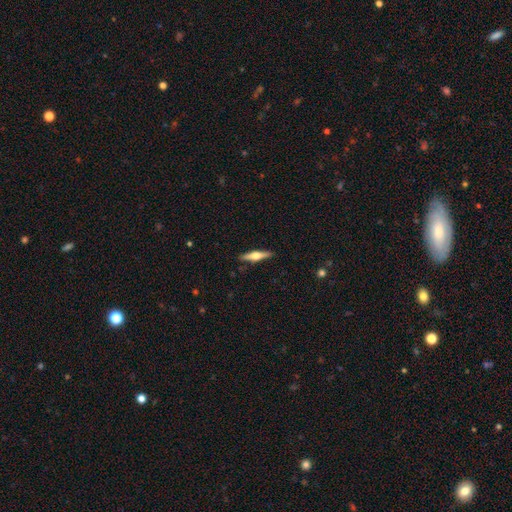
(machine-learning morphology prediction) featured or disk 64%, smooth 30%, star or artifact 6%. Down the decision tree: edge-on disk — yes (97%); edge-on bulge — rounded (94%); merging — none (90%).